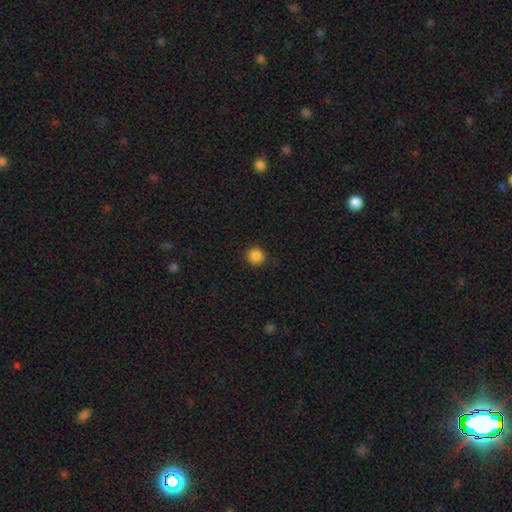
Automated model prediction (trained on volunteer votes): Smooth or featured? Predicted: smooth (p=0.87). How rounded? Predicted: round (p=0.93). Merging? Predicted: none (p=0.91).